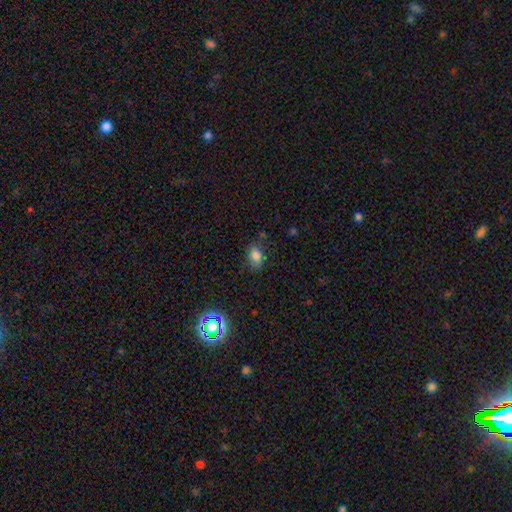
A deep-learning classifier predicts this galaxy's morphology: smooth-or-featured: smooth: 81% | star or artifact: 13% | featured or disk: 7%
  how-rounded: in between: 82% | round: 16% | cigar-shaped: 2%
  merging: none: 76% | minor disturbance: 17% | major disturbance: 4% | merger: 3%